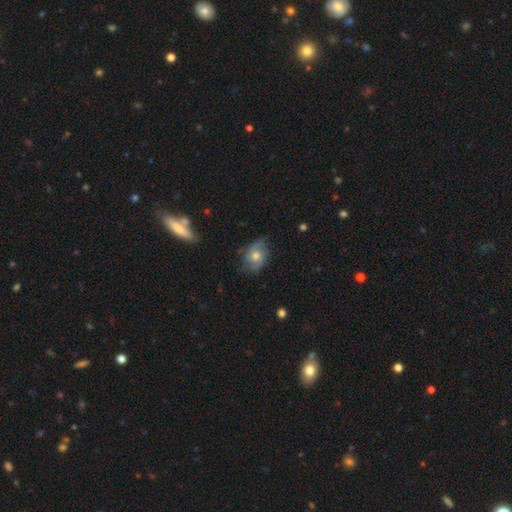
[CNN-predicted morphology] This is possibly a featured or disk galaxy (58%). It is clearly not viewed edge-on (96%). Bar: likely no (75%). Spiral arm pattern: clearly yes (83%). Central bulge: likely moderate (67%). Merging: likely none (64%).